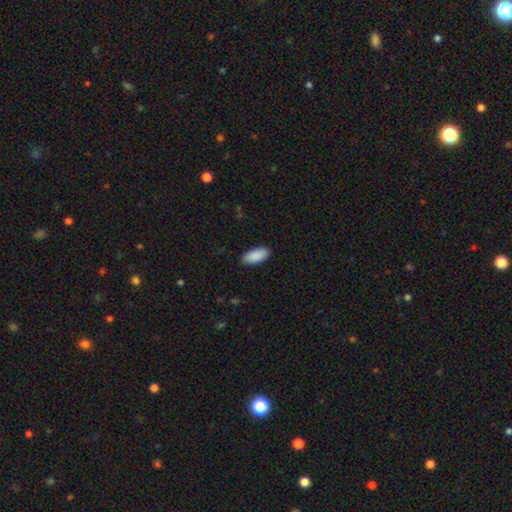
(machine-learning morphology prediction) This is clearly a smooth galaxy (91%). How rounded: clearly in between (92%). Merging: clearly none (89%).